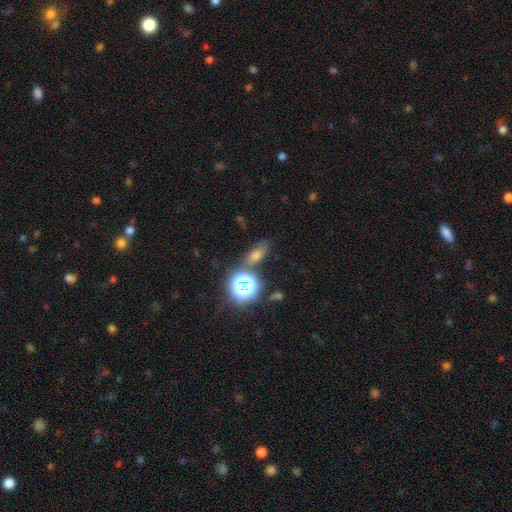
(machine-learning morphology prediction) smooth-or-featured: smooth: 53% | star or artifact: 33% | featured or disk: 14%
  how-rounded: in between: 63% | round: 25% | cigar-shaped: 11%
  merging: none: 70% | minor disturbance: 14% | merger: 11% | major disturbance: 5%